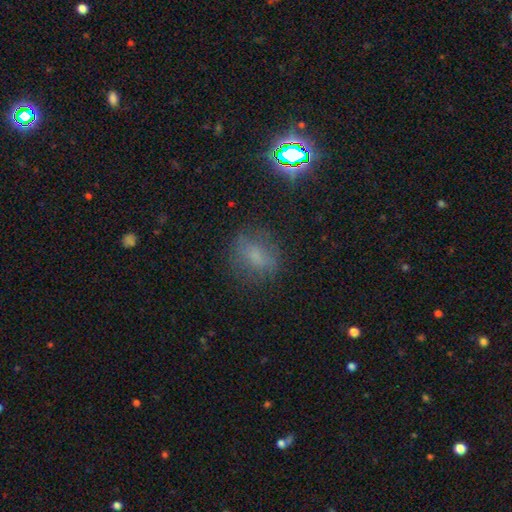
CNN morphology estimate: This appears to be a smooth galaxy with no disk features (59%) that is in between round and cigar-shaped (50%). Merging: none (72%).